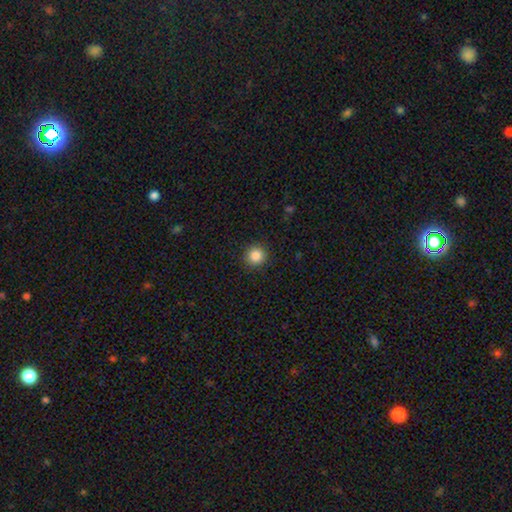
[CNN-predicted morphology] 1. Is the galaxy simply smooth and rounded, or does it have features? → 86% smooth, 10% star or artifact, 4% featured or disk.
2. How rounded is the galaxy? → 94% round, 5% in between, 1% cigar-shaped.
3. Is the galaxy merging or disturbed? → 91% none, 6% minor disturbance, 2% major disturbance, 1% merger.